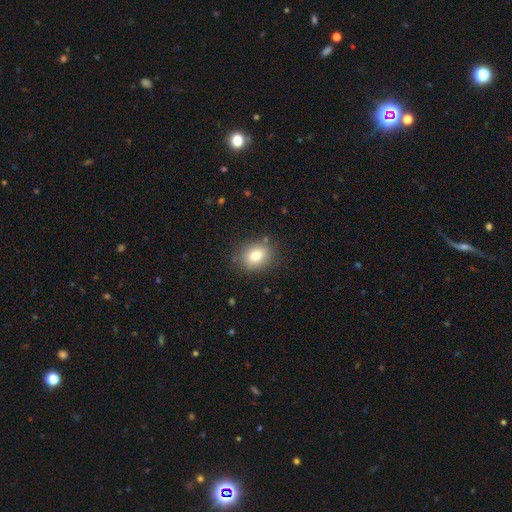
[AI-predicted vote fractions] Morphology: type=smooth (78%); roundness=round (50%); merging=none (83%).